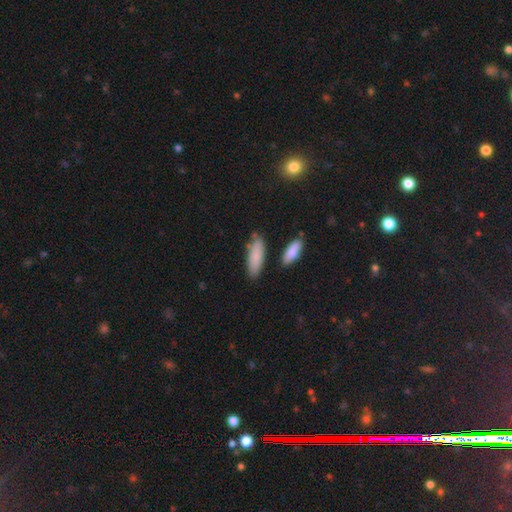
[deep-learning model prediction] This is clearly a smooth galaxy (85%). How rounded: possibly in between (59%). Merging: likely none (77%).